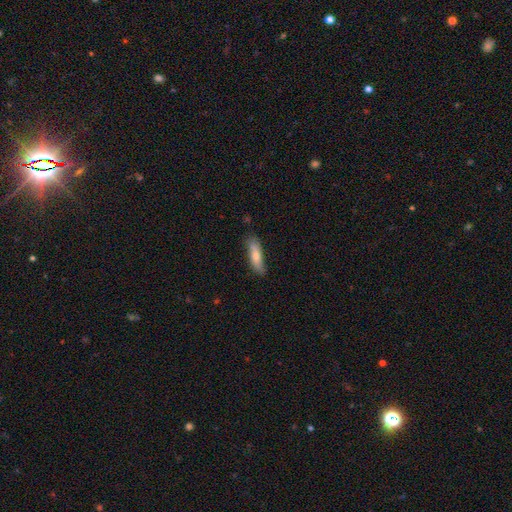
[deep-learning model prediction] This is likely a smooth galaxy (71%). How rounded: likely cigar-shaped (65%). Merging: likely none (77%).